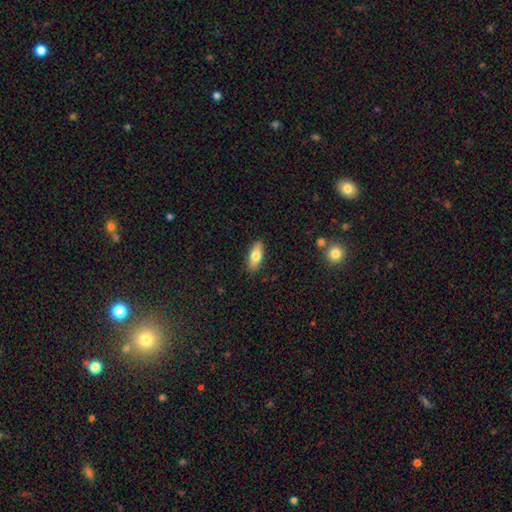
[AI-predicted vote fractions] smooth_or_featured: smooth (p=0.73) [alt: featured or disk p=0.20]
how_rounded: in between (p=0.75) [alt: cigar-shaped p=0.23]
merging: none (p=0.89) [alt: minor disturbance p=0.08]